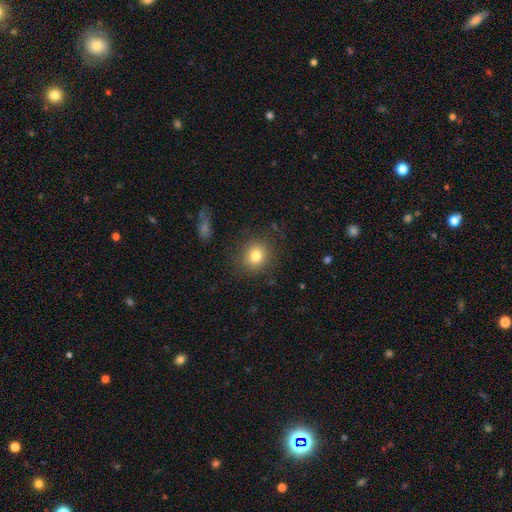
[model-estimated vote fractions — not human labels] Morphology: type=smooth (80%); roundness=round (79%); merging=none (85%).